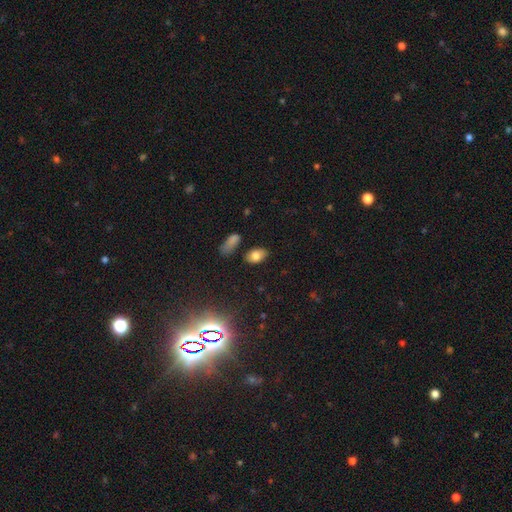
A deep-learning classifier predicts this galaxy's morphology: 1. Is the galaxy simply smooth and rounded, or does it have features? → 78% smooth, 12% featured or disk, 11% star or artifact.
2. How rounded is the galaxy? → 88% in between, 10% round, 2% cigar-shaped.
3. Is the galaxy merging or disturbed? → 78% none, 14% minor disturbance, 4% merger, 3% major disturbance.